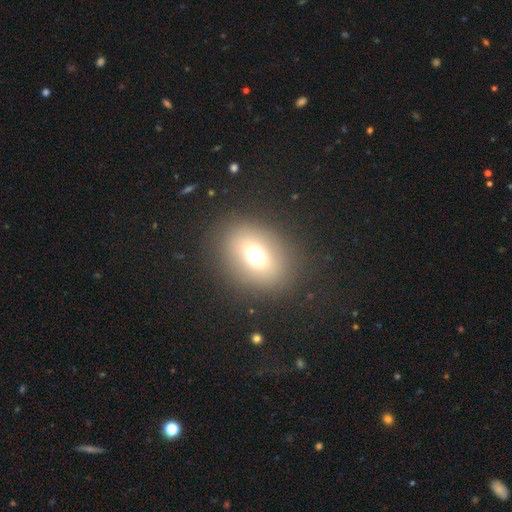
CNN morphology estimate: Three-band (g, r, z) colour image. It shows a smooth galaxy with no disk features (63%) that is round (52%). Merging: none (84%).